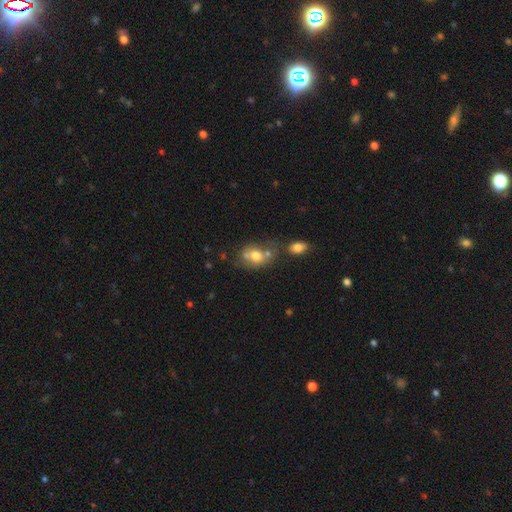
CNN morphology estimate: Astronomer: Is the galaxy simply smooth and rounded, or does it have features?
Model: smooth — 71%.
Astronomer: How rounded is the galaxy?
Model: round — 53% (runner-up: in between, 46%).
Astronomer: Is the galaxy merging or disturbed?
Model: merger — 42% (runner-up: none, 36%).